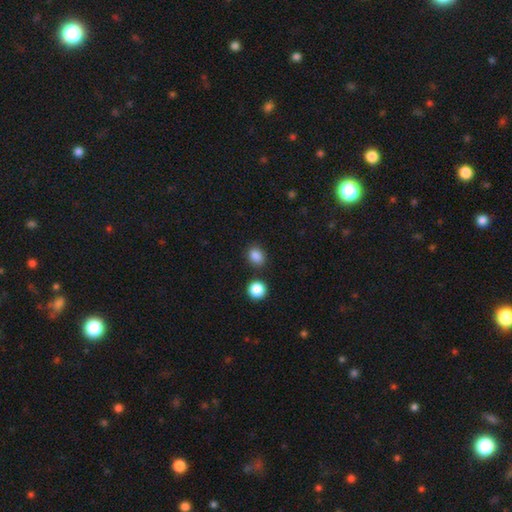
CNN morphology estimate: The model was most divided on "how rounded": in between: 50%, round: 49%, cigar-shaped: 1%. More confident: smooth or featured — smooth (86%); merging — none (81%).